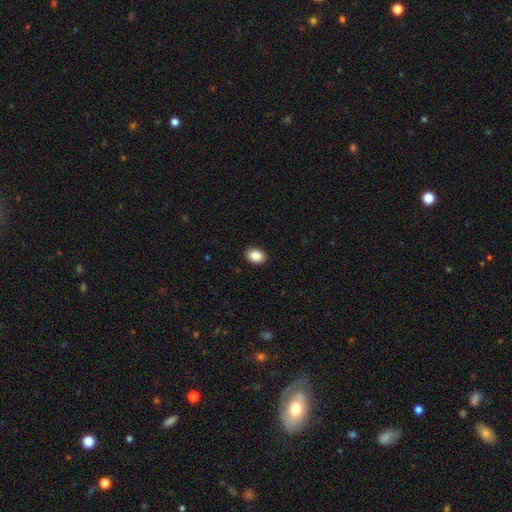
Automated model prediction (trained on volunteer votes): Morphology: type=smooth (86%); roundness=in between (70%); merging=none (91%).